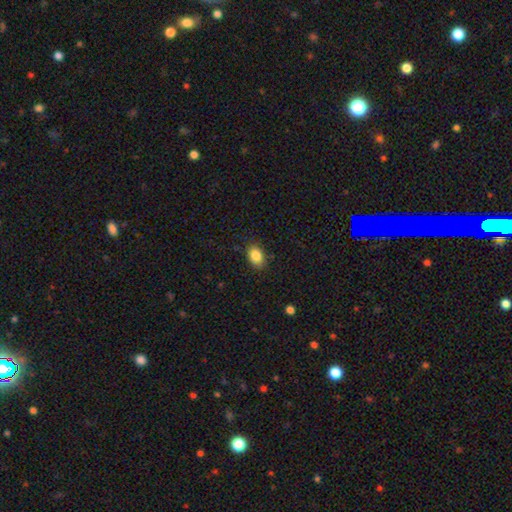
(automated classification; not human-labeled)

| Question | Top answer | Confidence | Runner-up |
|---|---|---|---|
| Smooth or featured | smooth | 86% | star or artifact (8%) |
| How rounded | in between | 83% | round (16%) |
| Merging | none | 86% | minor disturbance (11%) |